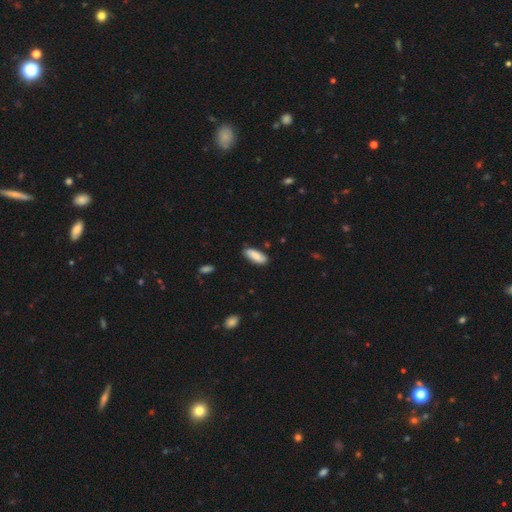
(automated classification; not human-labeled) Smooth or featured: smooth — 82% (featured or disk — 12%)
How rounded: in between — 73% (cigar-shaped — 25%)
Merging: none — 80% (minor disturbance — 16%)